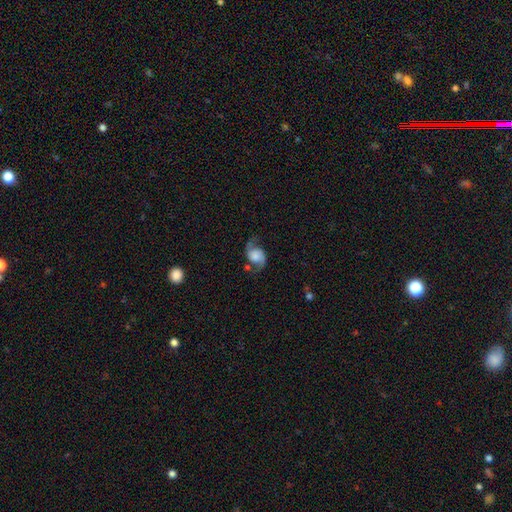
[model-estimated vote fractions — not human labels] smooth-or-featured: featured or disk: 74% | smooth: 18% | star or artifact: 8%
  disk-edge-on: no: 97% | yes: 3%
    bar: no: 72% | weak: 23% | strong: 6%
    has-spiral-arms: yes: 95% | no: 5%
      spiral-winding: loose: 63% | medium: 30% | tight: 7%
      spiral-arm-count: 2: 92% | 1: 3% | can't tell: 2% | 3: 1% | 4: 1% | more than 4: 1%
    bulge-size: large: 29% | moderate: 20% | none: 19% | small: 18% | dominant: 14%
  merging: none: 67% | minor disturbance: 19% | major disturbance: 11% | merger: 4%